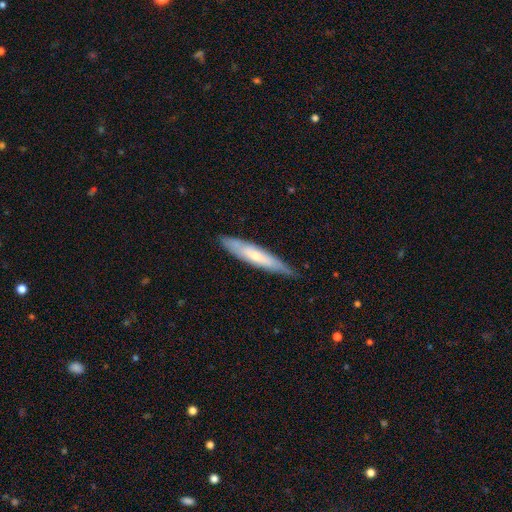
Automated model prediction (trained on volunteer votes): A smooth galaxy with no disk features (48%).

Vote fractions:
- Smooth or featured? smooth: 48% / featured or disk: 47% / star or artifact: 5%
- Merging? none: 78% / minor disturbance: 18% / major disturbance: 3% / merger: 1%